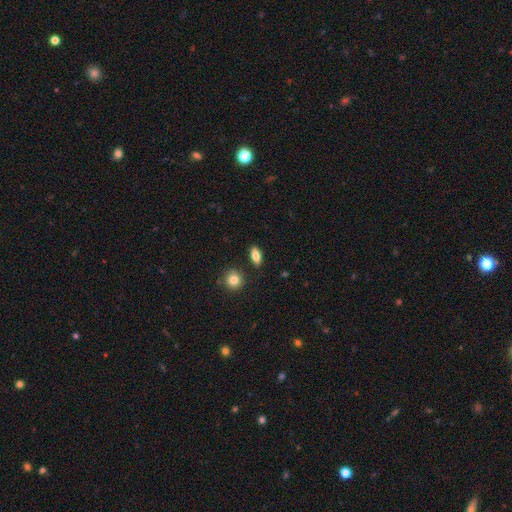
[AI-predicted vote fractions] A smooth galaxy with no disk features (82%) that is in between round and cigar-shaped (83%).

Vote fractions:
- Smooth or featured? smooth: 82% / featured or disk: 11% / star or artifact: 8%
- How rounded? in between: 83% / cigar-shaped: 11% / round: 6%
- Merging? none: 86% / minor disturbance: 9% / merger: 3% / major disturbance: 2%